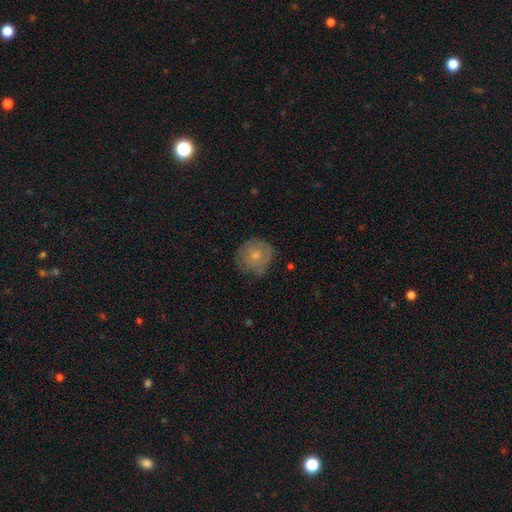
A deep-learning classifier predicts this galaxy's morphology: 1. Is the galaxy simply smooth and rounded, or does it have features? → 60% smooth, 33% featured or disk, 7% star or artifact.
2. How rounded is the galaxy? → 88% round, 11% in between, 1% cigar-shaped.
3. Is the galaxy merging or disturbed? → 68% none, 23% minor disturbance, 8% major disturbance, 1% merger.